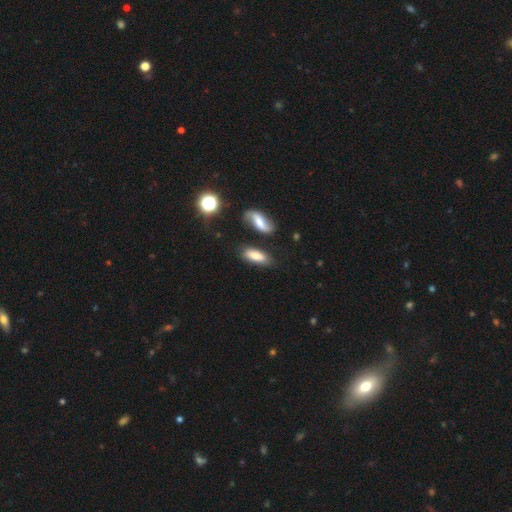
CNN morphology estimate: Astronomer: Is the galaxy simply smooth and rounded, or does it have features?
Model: smooth — 76%.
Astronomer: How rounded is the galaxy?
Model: in between — 73%.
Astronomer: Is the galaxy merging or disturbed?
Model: none — 74%.